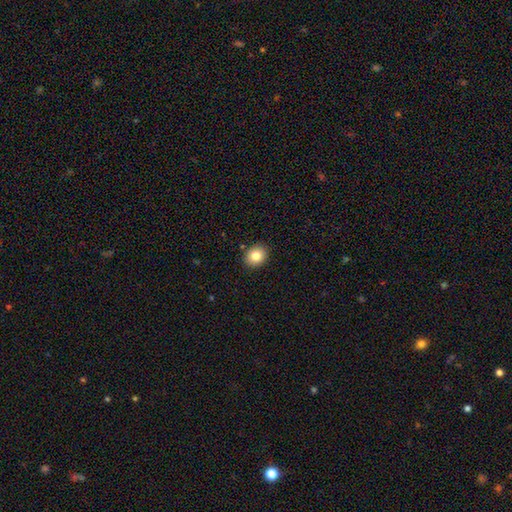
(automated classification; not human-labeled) Smooth or featured: smooth — 82% (star or artifact — 9%)
How rounded: round — 63% (in between — 36%)
Merging: none — 89% (minor disturbance — 8%)